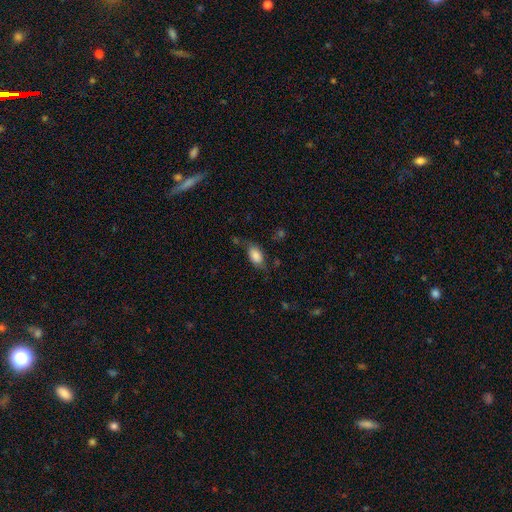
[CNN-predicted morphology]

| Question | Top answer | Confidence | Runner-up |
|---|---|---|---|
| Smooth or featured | smooth | 81% | featured or disk (11%) |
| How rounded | in between | 91% | round (5%) |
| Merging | none | 60% | minor disturbance (27%) |